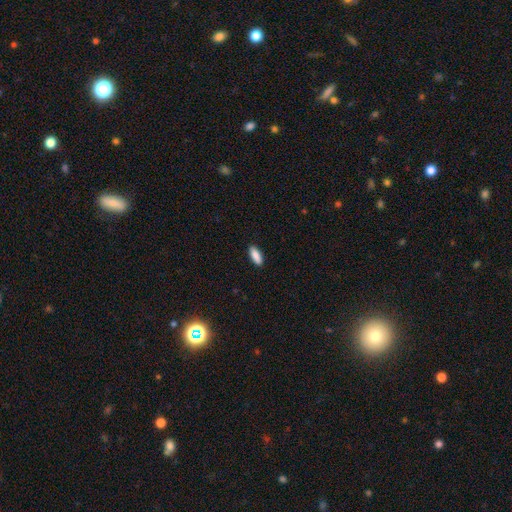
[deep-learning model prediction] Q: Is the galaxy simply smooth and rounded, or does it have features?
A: smooth — 88%.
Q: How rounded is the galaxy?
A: in between — 74%.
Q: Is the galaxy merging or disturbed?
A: none — 89%.